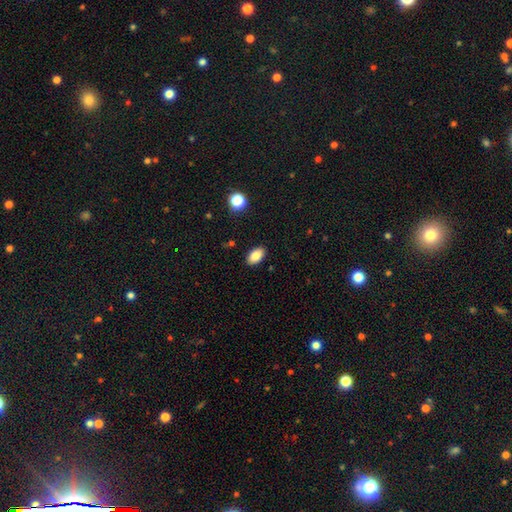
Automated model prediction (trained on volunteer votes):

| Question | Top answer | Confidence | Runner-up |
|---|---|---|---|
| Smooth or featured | smooth | 84% | star or artifact (8%) |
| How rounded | in between | 92% | round (6%) |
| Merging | none | 88% | minor disturbance (8%) |